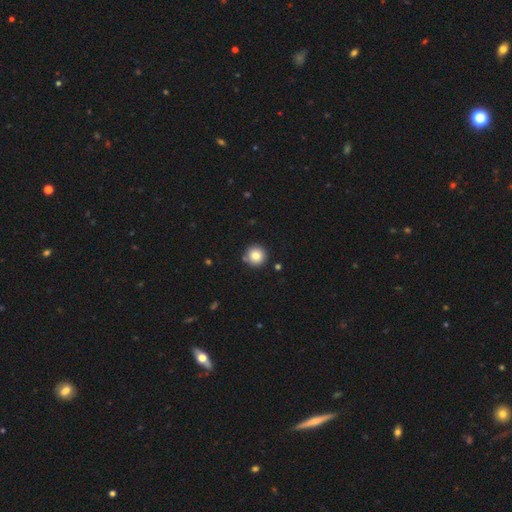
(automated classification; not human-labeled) Smooth or featured? Predicted: smooth (p=0.82). How rounded? Predicted: round (p=0.96). Merging? Predicted: none (p=0.86).